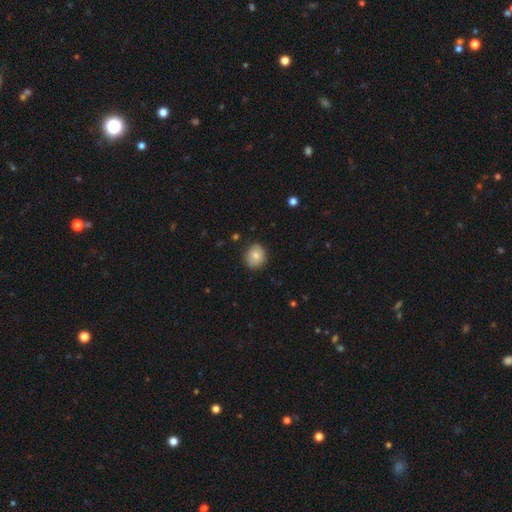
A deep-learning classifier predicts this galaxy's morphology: A smooth galaxy with no disk features (78%) that is round (75%). Merging: none (83%).